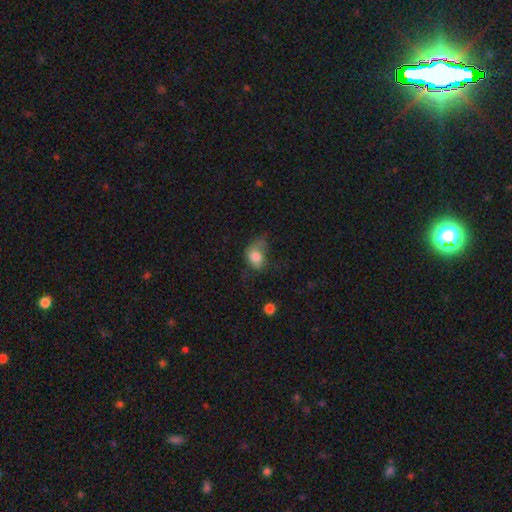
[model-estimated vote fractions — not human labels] Q: Smooth or featured?
A: smooth (75%); runner-up: featured or disk (16%)
Q: How rounded?
A: in between (69%); runner-up: round (30%)
Q: Merging?
A: major disturbance (43%); runner-up: minor disturbance (31%)